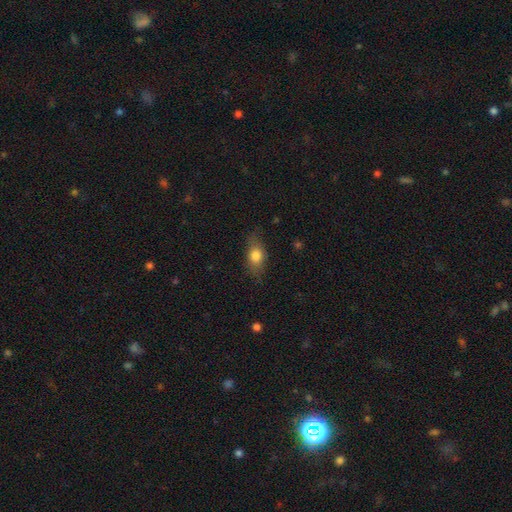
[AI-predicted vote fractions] This is likely a smooth galaxy (76%). How rounded: likely in between (75%). Merging: likely none (75%).